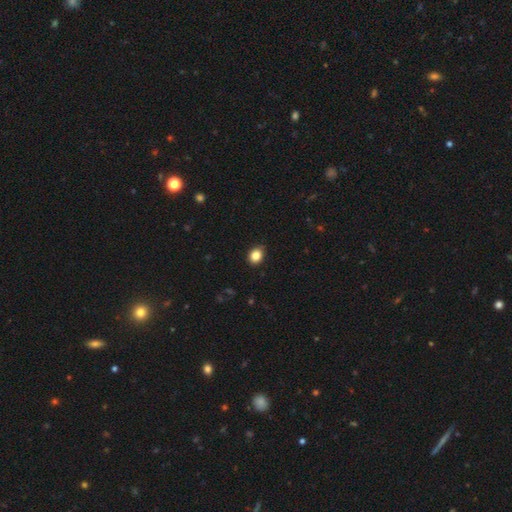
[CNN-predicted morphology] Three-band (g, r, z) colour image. It shows a smooth galaxy with no disk features (84%) that is round (53%). Merging: none (84%).